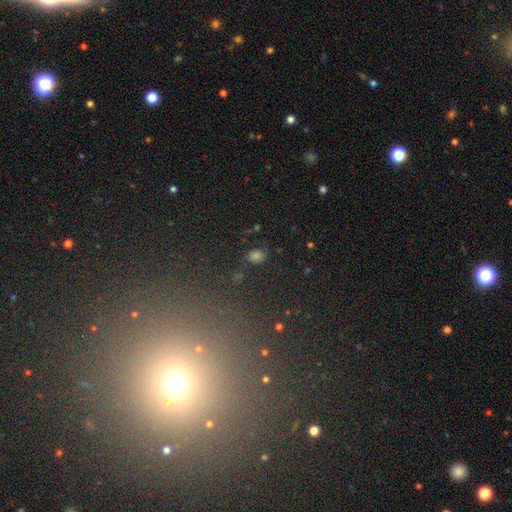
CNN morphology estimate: Q: Smooth or featured?
A: smooth (71%); runner-up: star or artifact (21%)
Q: How rounded?
A: in between (62%); runner-up: round (36%)
Q: Merging?
A: none (78%); runner-up: minor disturbance (13%)